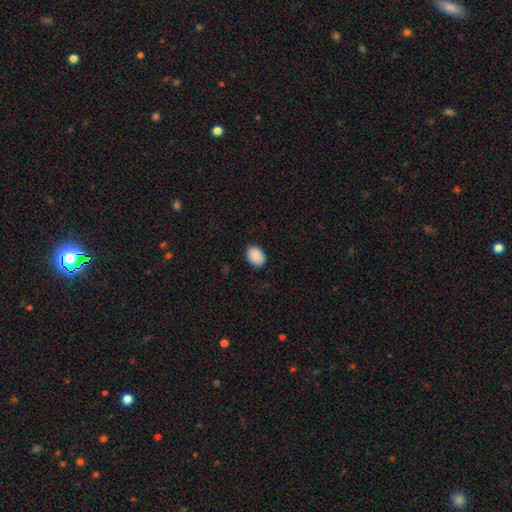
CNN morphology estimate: Smooth or featured: smooth — 90% (star or artifact — 7%)
How rounded: in between — 75% (round — 24%)
Merging: none — 88% (minor disturbance — 9%)